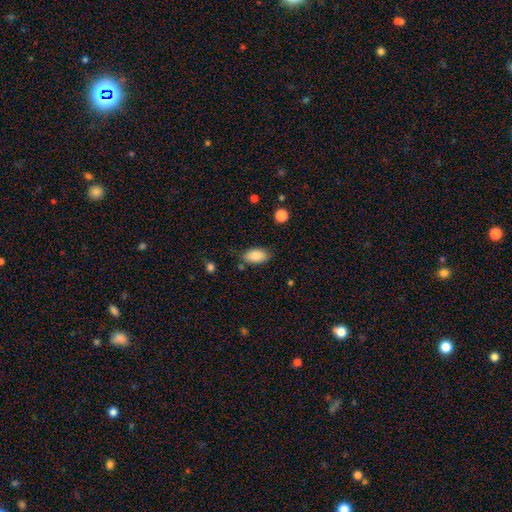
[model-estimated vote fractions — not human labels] The model was most divided on "merging": none: 78%, minor disturbance: 15%, major disturbance: 3%, merger: 3%. More confident: how rounded — in between (93%); smooth or featured — smooth (87%).